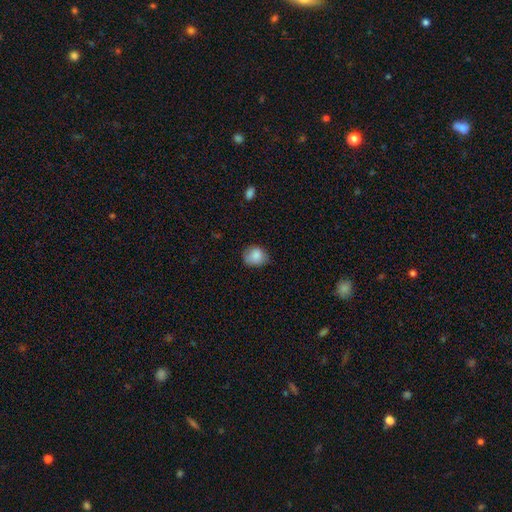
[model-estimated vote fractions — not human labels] Q: Smooth or featured?
A: smooth (85%); runner-up: star or artifact (8%)
Q: How rounded?
A: round (65%); runner-up: in between (34%)
Q: Merging?
A: none (65%); runner-up: minor disturbance (28%)